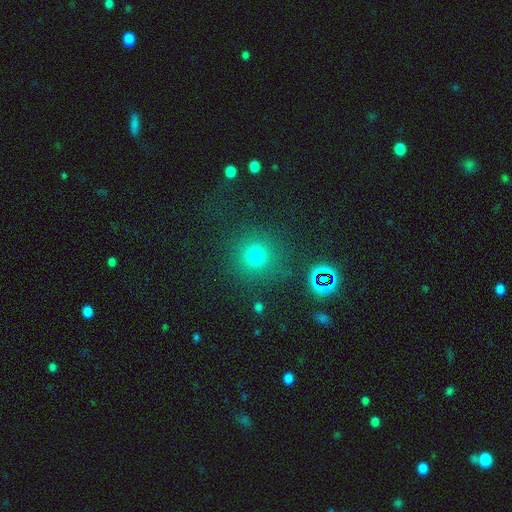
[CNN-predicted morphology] Smooth or featured: smooth — 72% (star or artifact — 21%)
How rounded: round — 91% (in between — 8%)
Merging: none — 82% (minor disturbance — 9%)